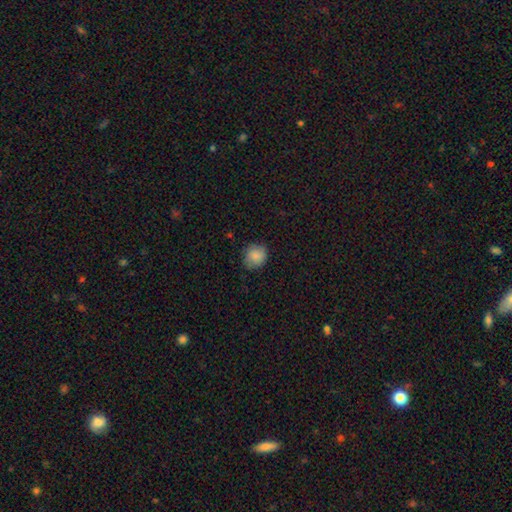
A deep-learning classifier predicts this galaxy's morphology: Overall: smooth (86%). How rounded: round (84%). Merging: none (80%).